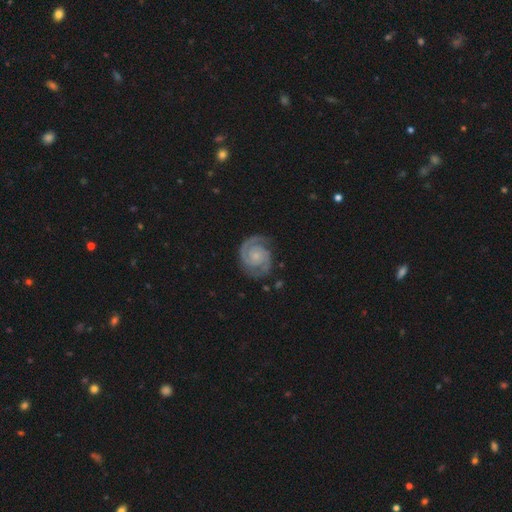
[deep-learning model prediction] This is clearly a featured or disk galaxy (91%). It is clearly not viewed edge-on (98%). Bar: likely no (72%). Spiral arm pattern: clearly yes (98%). Spiral arm count: clearly 2 (91%). Spiral winding: likely tight (62%). Central bulge: likely small (62%). Merging: clearly none (81%).